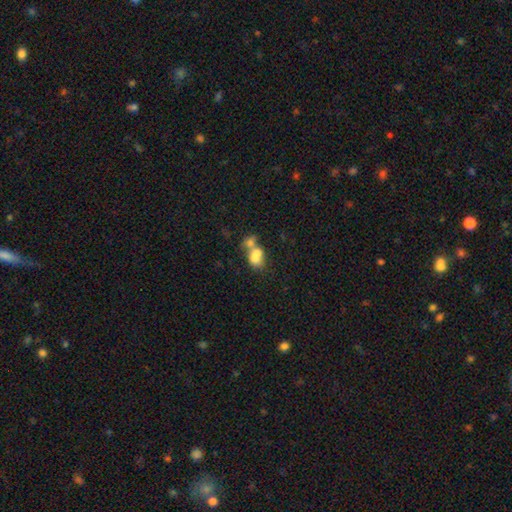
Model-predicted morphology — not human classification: This is likely a smooth galaxy (74%). How rounded: likely in between (70%). Merging: likely merger (67%).